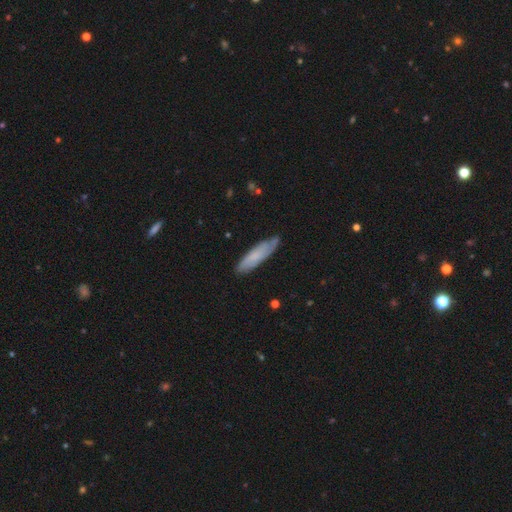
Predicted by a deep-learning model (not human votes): Morphology: type=smooth (64%); roundness=cigar-shaped (66%); merging=none (75%).